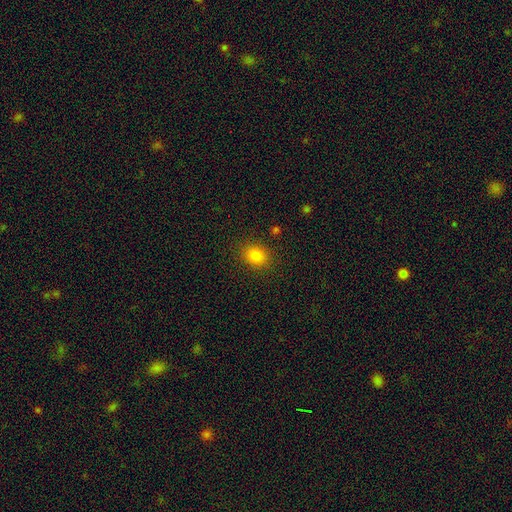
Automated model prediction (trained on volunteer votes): A smooth galaxy with no disk features (82%) that is round (60%).

Vote fractions:
- Smooth or featured? smooth: 82% / star or artifact: 12% / featured or disk: 5%
- How rounded? round: 60% / in between: 39% / cigar-shaped: 1%
- Merging? none: 88% / minor disturbance: 8% / major disturbance: 3% / merger: 1%